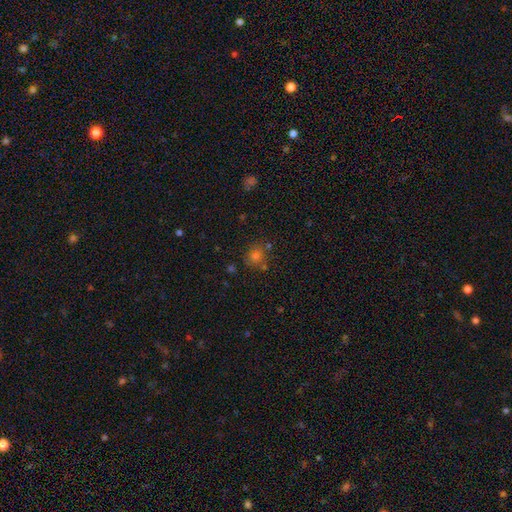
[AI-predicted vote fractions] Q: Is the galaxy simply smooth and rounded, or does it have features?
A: smooth — 71%.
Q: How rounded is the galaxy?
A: round — 86%.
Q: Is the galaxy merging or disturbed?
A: none — 77%.